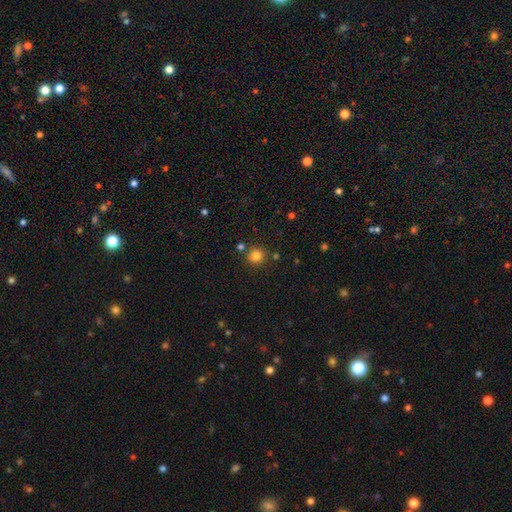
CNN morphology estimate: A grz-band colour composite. It shows a smooth galaxy with no disk features (81%) that is round (92%). Merging: none (82%).